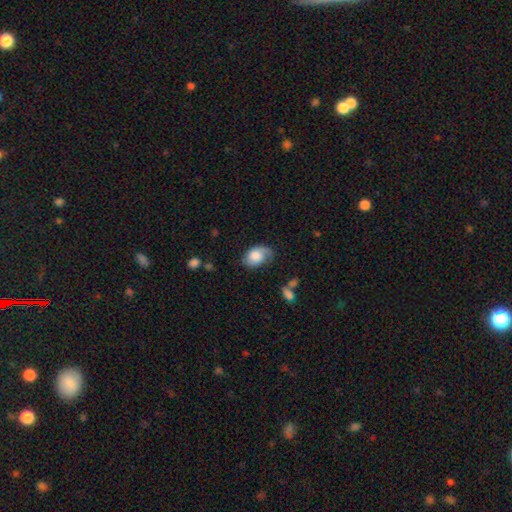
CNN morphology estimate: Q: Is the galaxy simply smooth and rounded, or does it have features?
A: smooth — 65%.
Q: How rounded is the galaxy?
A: in between — 86%.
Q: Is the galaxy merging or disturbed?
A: none — 61%.